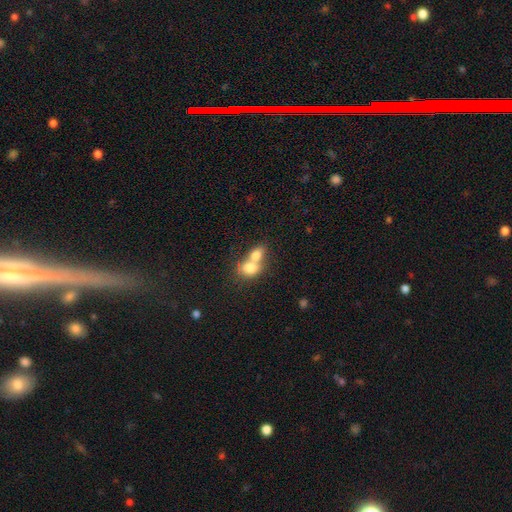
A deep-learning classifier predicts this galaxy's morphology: Overall: smooth (75%). How rounded: in between (66%; round 32%). Merging: merger (74%).